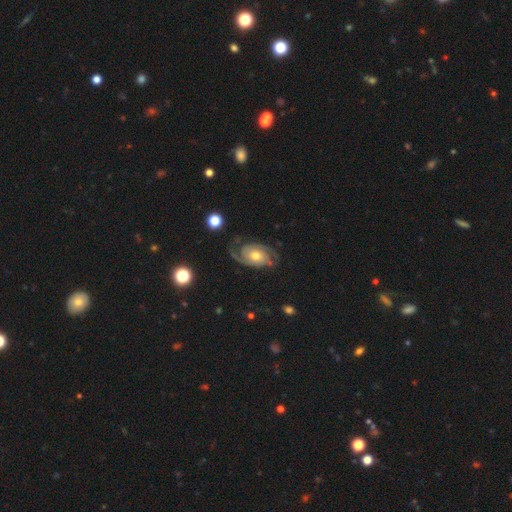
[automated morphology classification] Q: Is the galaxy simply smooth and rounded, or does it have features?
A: featured or disk — 88%.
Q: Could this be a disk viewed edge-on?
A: no — 97%.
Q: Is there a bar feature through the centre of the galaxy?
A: no — 75%.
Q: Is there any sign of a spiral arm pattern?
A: yes — 97%.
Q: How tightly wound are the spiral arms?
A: tight — 49%.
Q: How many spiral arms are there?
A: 2 — 77%.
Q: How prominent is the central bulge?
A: moderate — 69%.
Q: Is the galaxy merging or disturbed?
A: none — 71%.